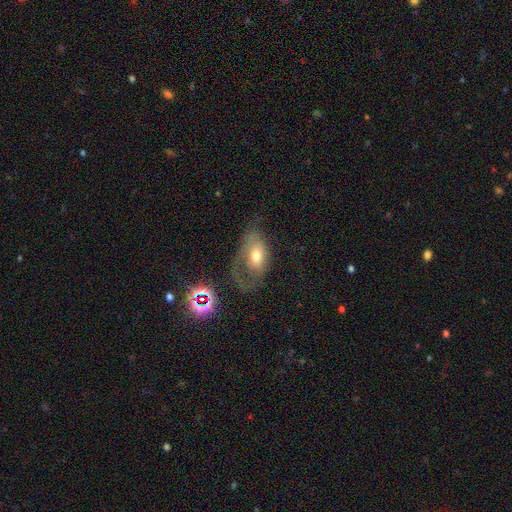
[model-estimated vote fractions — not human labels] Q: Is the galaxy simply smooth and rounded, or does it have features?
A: smooth — 49%.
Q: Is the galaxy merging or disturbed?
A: major disturbance — 46%.